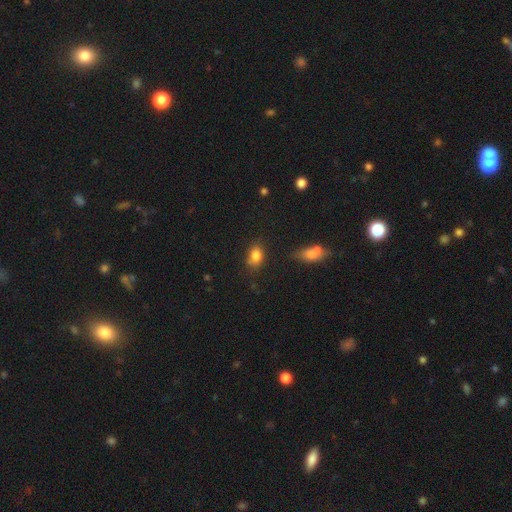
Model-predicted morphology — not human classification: Smooth or featured?
  - smooth: 82% *
  - star or artifact: 10%
  - featured or disk: 8%
How rounded?
  - in between: 74% *
  - round: 24%
  - cigar-shaped: 2%
Merging?
  - none: 72% *
  - minor disturbance: 19%
  - merger: 5%
  - major disturbance: 4%